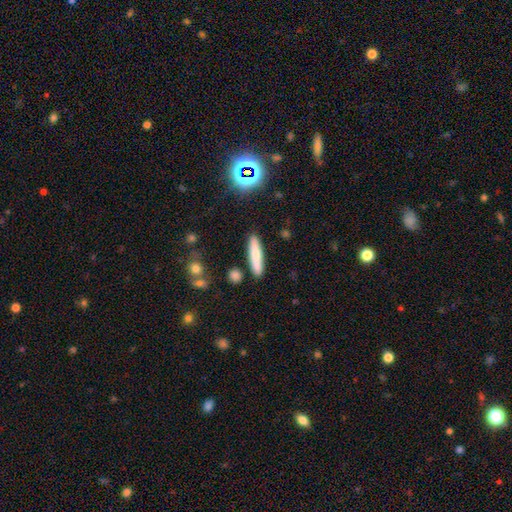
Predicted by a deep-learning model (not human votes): smooth_or_featured: smooth (p=0.73) [alt: featured or disk p=0.20]
how_rounded: cigar-shaped (p=0.84) [alt: in between p=0.14]
merging: none (p=0.87) [alt: minor disturbance p=0.08]